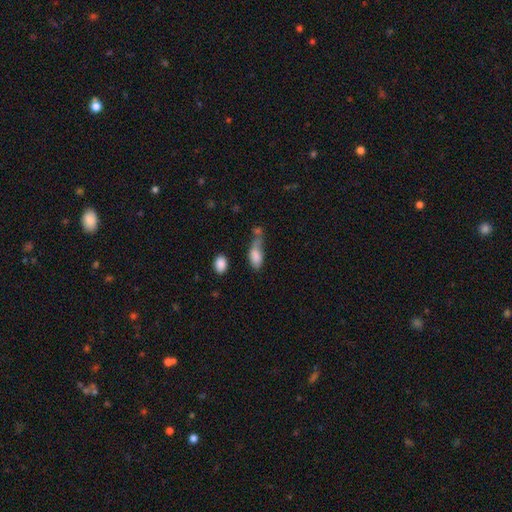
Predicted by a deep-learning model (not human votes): Morphology: type=smooth (79%); roundness=in between (83%); merging=merger (29%).